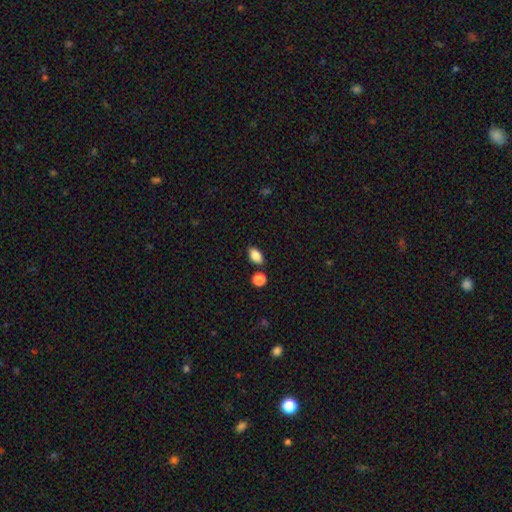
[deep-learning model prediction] Smooth or featured: smooth — 86% (star or artifact — 9%)
How rounded: in between — 87% (round — 10%)
Merging: none — 80% (minor disturbance — 11%)